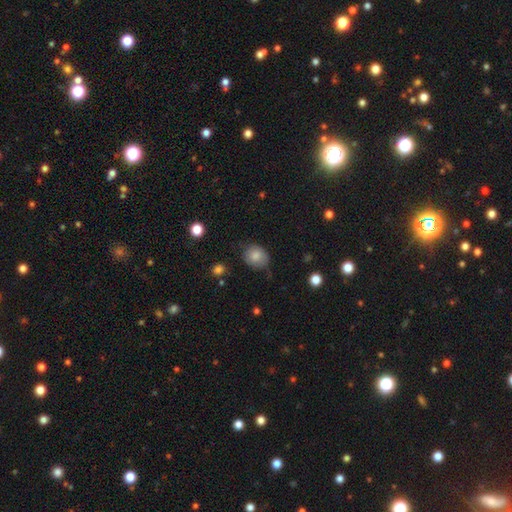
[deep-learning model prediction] Smooth or featured: smooth — 79% (featured or disk — 12%)
How rounded: round — 60% (in between — 39%)
Merging: none — 64% (minor disturbance — 28%)